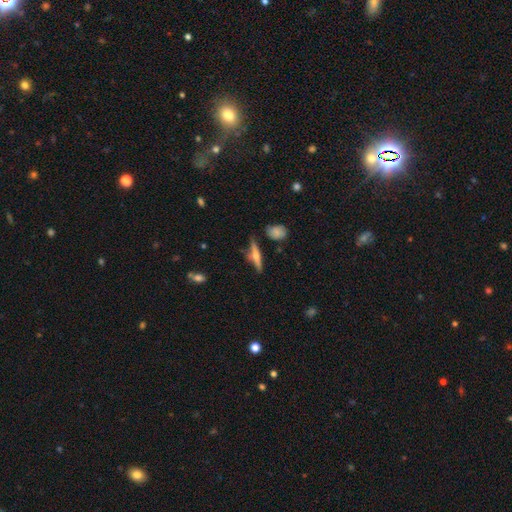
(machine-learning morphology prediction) Smooth or featured? Predicted: featured or disk (p=0.61). Edge-on disk? Predicted: yes (p=0.95). Edge-on bulge? Predicted: rounded (p=0.87). Merging? Predicted: none (p=0.75).